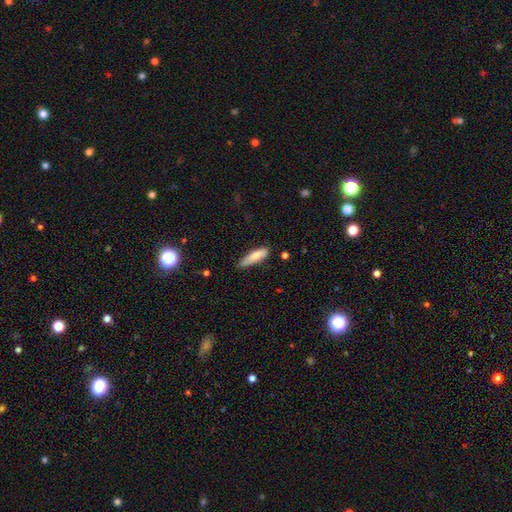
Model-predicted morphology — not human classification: A smooth galaxy with no disk features (78%) that is cigar-shaped (61%). Merging: none (62%).